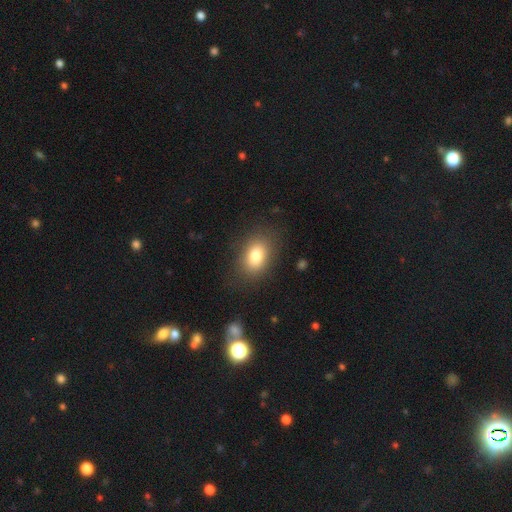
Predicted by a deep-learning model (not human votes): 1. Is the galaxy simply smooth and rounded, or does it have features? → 80% smooth, 11% featured or disk, 10% star or artifact.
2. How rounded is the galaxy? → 79% in between, 19% round, 1% cigar-shaped.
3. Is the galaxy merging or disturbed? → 82% none, 12% minor disturbance, 5% major disturbance, 1% merger.